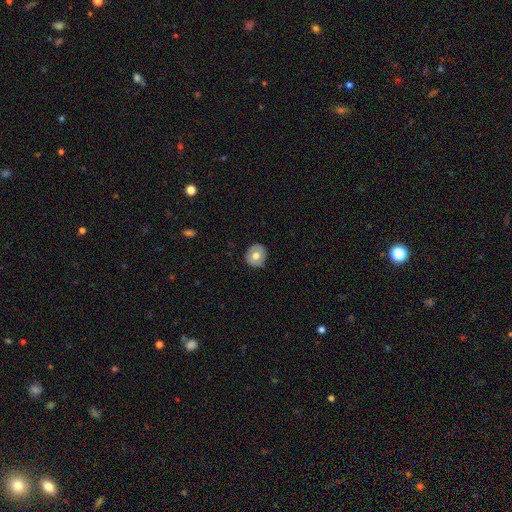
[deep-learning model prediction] smooth-or-featured: smooth: 65% | featured or disk: 27% | star or artifact: 7%
  how-rounded: round: 89% | in between: 10% | cigar-shaped: 1%
  merging: none: 86% | minor disturbance: 11% | major disturbance: 2% | merger: 1%